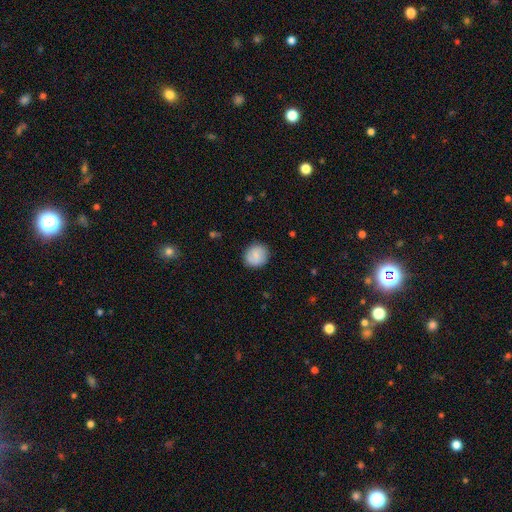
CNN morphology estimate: type=smooth (76%); roundness=round (85%); merging=none (87%).